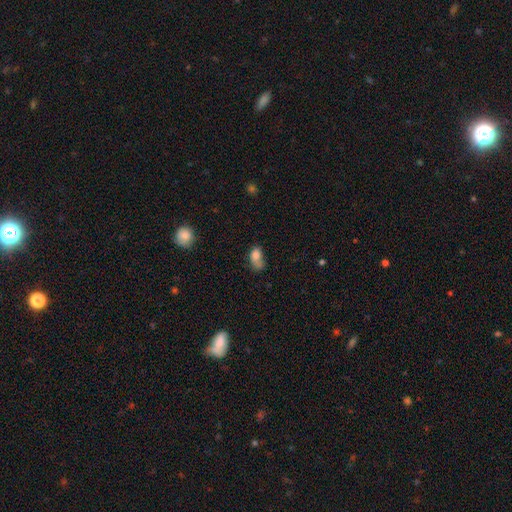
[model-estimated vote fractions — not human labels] A smooth galaxy with no disk features (78%) that is in between round and cigar-shaped (82%).

Vote fractions:
- Smooth or featured? smooth: 78% / featured or disk: 12% / star or artifact: 10%
- How rounded? in between: 82% / round: 15% / cigar-shaped: 3%
- Merging? minor disturbance: 31% / none: 30% / major disturbance: 26% / merger: 13%